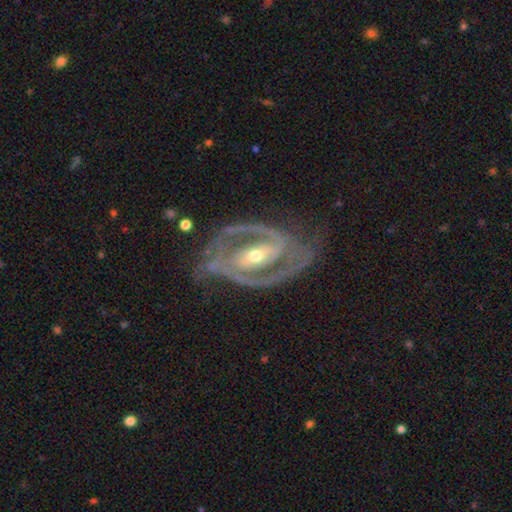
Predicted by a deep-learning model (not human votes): This appears to be a featured or disk galaxy (92%) with a strong bar (45%), 2 (82%) tight (47%) spiral arms (96%) and a moderate central bulge (55%). Merging: none (64%).